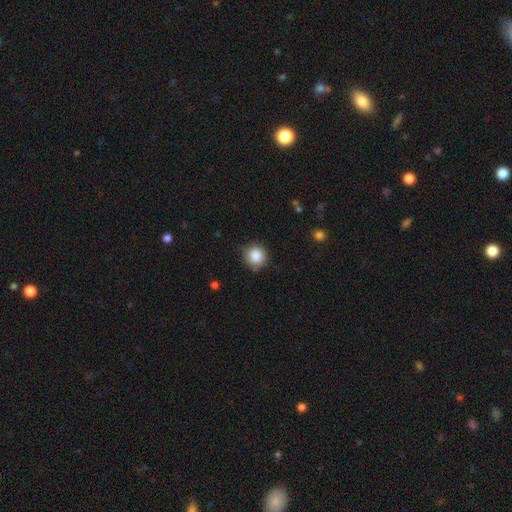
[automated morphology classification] The model was most divided on "merging": none: 81%, minor disturbance: 15%, major disturbance: 3%, merger: 1%. More confident: how rounded — round (92%); smooth or featured — smooth (86%).